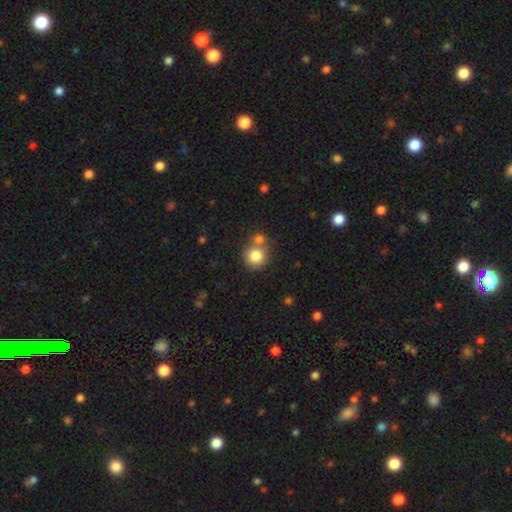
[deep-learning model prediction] smooth-or-featured: smooth: 81% | star or artifact: 10% | featured or disk: 8%
  how-rounded: round: 91% | in between: 8% | cigar-shaped: 1%
  merging: none: 59% | merger: 29% | minor disturbance: 9% | major disturbance: 3%